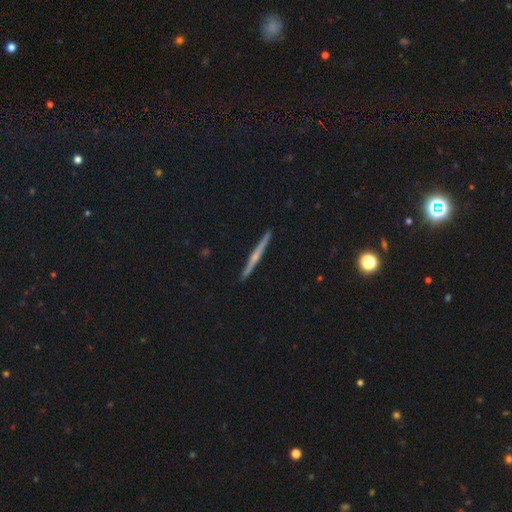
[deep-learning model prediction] smooth-or-featured: featured or disk: 64% | smooth: 30% | star or artifact: 6%
  disk-edge-on: yes: 98% | no: 2%
    edge-on-bulge: rounded: 48% | none: 44% | boxy: 8%
  merging: none: 92% | minor disturbance: 5% | major disturbance: 1% | merger: 1%